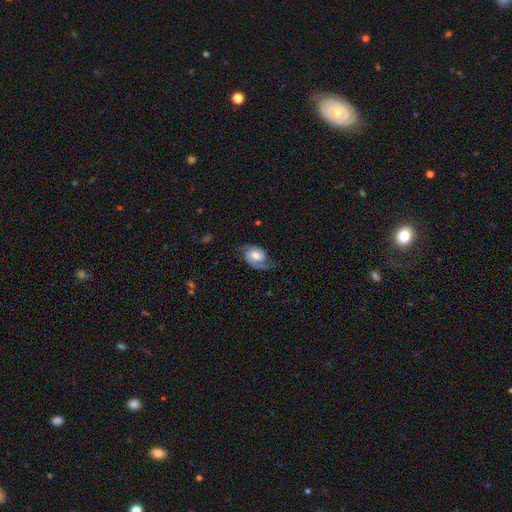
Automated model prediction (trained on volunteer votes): This is clearly a featured or disk galaxy (81%). It is clearly not viewed edge-on (97%). Bar: possibly no (59%). Spiral arm pattern: clearly yes (96%). Spiral arm count: likely 2 (79%). Spiral winding: possibly medium (46%). Central bulge: possibly moderate (53%). Merging: likely none (66%).